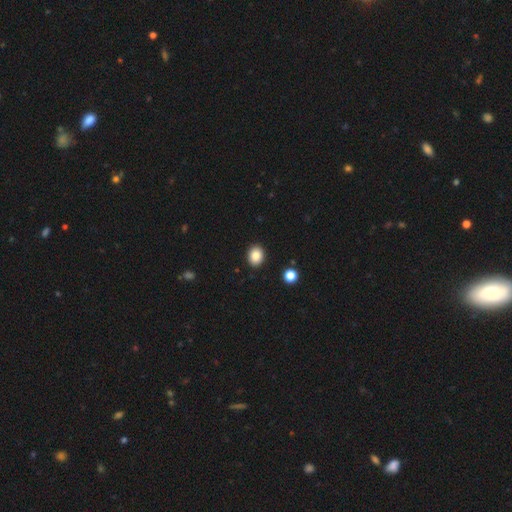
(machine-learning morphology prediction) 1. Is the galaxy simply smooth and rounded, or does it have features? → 87% smooth, 9% star or artifact, 4% featured or disk.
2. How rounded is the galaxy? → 50% in between, 49% round, 1% cigar-shaped.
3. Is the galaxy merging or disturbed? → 91% none, 6% minor disturbance, 2% major disturbance, 1% merger.